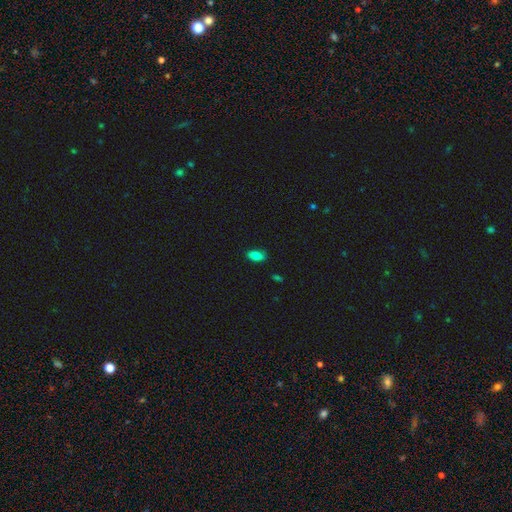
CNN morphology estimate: Q: Smooth or featured?
A: smooth (82%); runner-up: featured or disk (9%)
Q: How rounded?
A: in between (89%); runner-up: cigar-shaped (6%)
Q: Merging?
A: none (85%); runner-up: minor disturbance (11%)